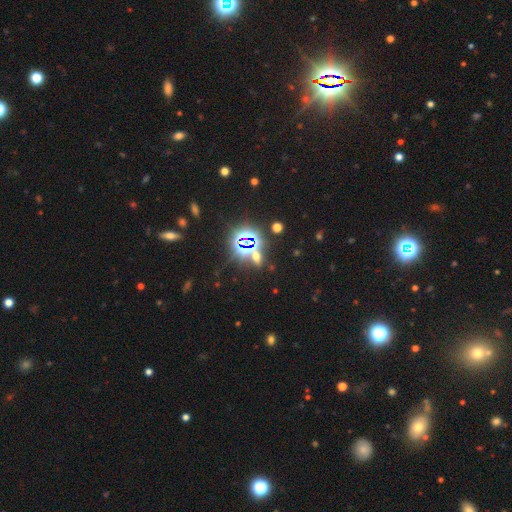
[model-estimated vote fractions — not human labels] Overall: star or artifact (67%).